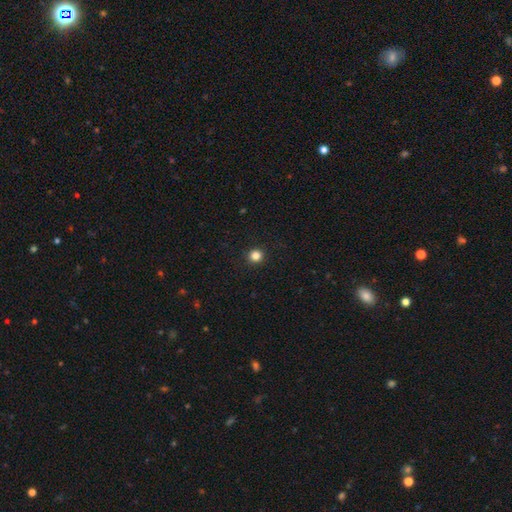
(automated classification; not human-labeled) Smooth or featured?
  - smooth: 84% *
  - star or artifact: 13%
  - featured or disk: 4%
How rounded?
  - round: 94% *
  - in between: 6%
  - cigar-shaped: 1%
Merging?
  - none: 93% *
  - minor disturbance: 4%
  - major disturbance: 2%
  - merger: 1%